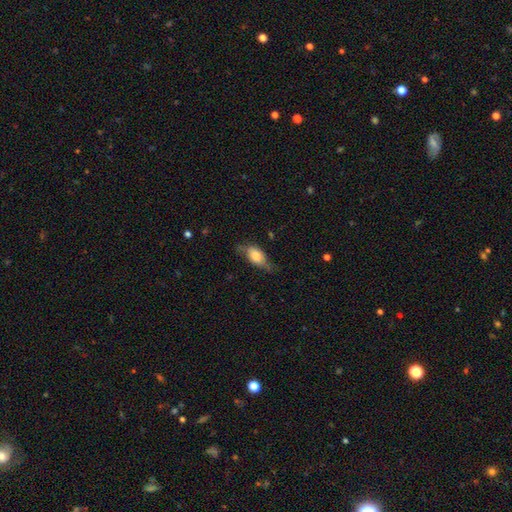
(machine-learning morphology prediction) smooth 67%, featured or disk 25%, star or artifact 7%. Down the decision tree: how rounded — in between (83%); merging — none (53%).